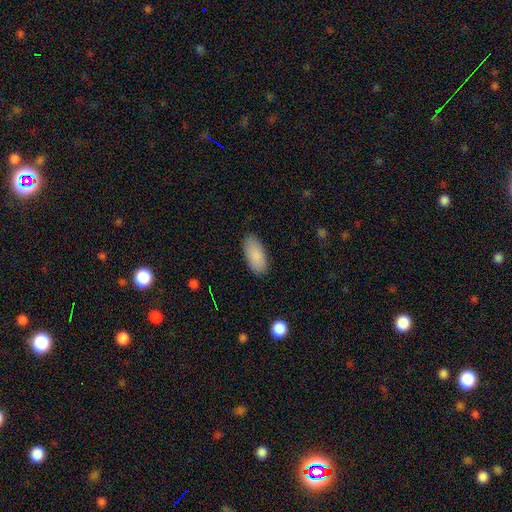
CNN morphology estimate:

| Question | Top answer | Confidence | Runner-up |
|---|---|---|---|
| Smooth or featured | smooth | 89% | star or artifact (6%) |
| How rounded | in between | 92% | cigar-shaped (6%) |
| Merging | none | 86% | minor disturbance (11%) |